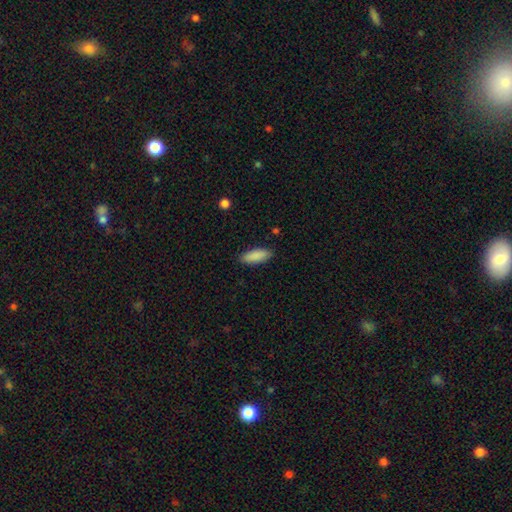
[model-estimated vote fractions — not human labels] The model was most divided on "how rounded": in between: 69%, cigar-shaped: 30%, round: 2%. More confident: smooth or featured — smooth (89%); merging — none (87%).